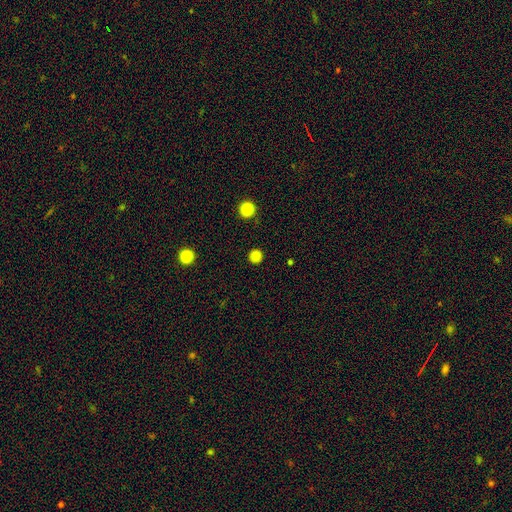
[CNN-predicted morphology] smooth_or_featured: smooth (p=0.82) [alt: star or artifact p=0.15]
how_rounded: round (p=0.94) [alt: in between p=0.05]
merging: none (p=0.90) [alt: minor disturbance p=0.07]